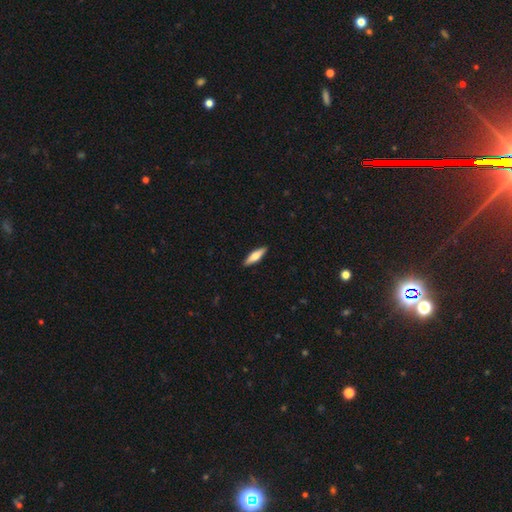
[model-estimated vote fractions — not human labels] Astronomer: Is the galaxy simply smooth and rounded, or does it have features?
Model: smooth — 64%.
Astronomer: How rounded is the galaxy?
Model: cigar-shaped — 65%.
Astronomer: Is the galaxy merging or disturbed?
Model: none — 91%.